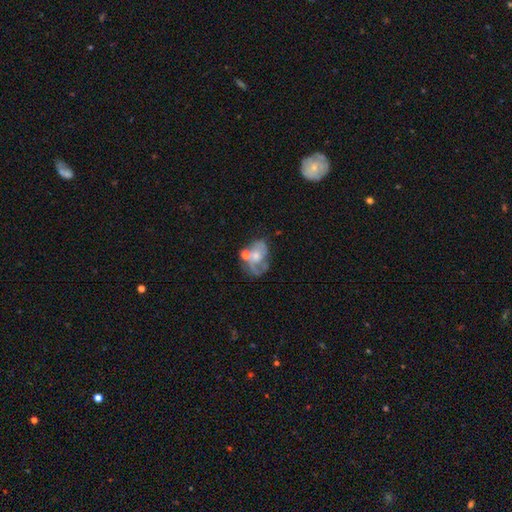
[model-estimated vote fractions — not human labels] Morphology: type=featured or disk (56%); edge-on=no (97%); bar=no (78%); spiral arms=yes (57%); bulge=moderate (44%); merging=none (32%).